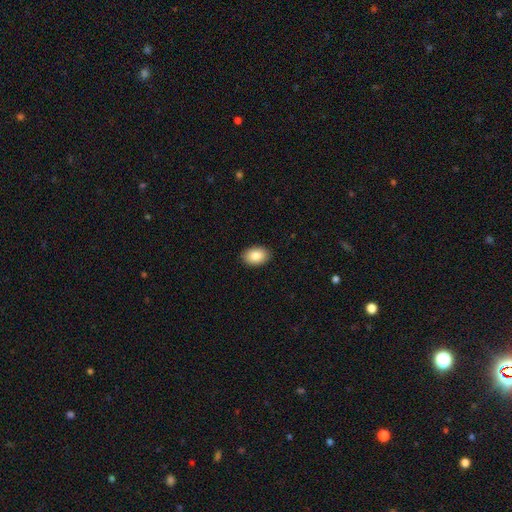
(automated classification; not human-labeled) Smooth or featured?
  - smooth: 87% *
  - star or artifact: 7%
  - featured or disk: 7%
How rounded?
  - in between: 87% *
  - round: 12%
  - cigar-shaped: 1%
Merging?
  - none: 90% *
  - minor disturbance: 7%
  - major disturbance: 2%
  - merger: 1%